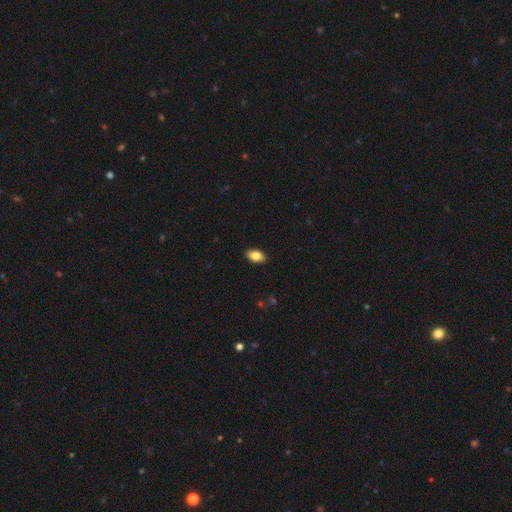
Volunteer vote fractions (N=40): Smooth or featured: smooth — 82% (featured or disk — 15%)
How rounded: in between — 100%
Merging: none — 95% (minor disturbance — 3%)